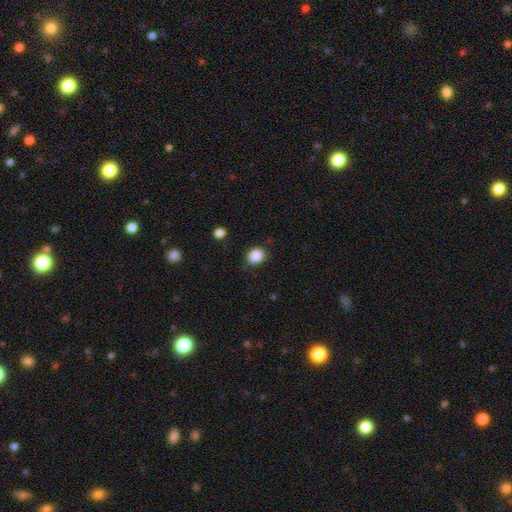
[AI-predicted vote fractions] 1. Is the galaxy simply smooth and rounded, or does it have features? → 88% smooth, 9% star or artifact, 3% featured or disk.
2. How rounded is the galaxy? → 59% round, 40% in between, 1% cigar-shaped.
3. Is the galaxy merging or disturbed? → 84% none, 11% minor disturbance, 3% major disturbance, 2% merger.